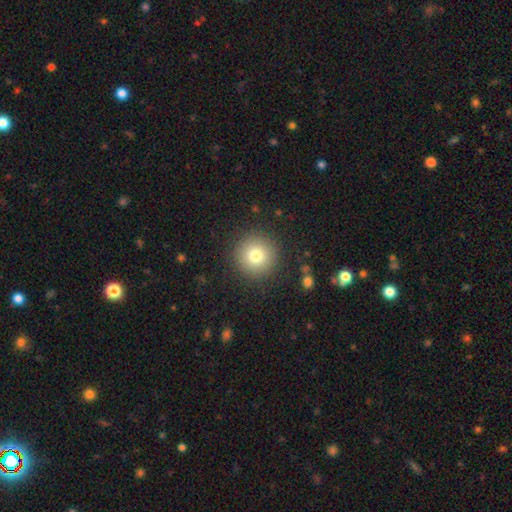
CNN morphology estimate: A smooth galaxy with no disk features (78%) that is round (96%).

Vote fractions:
- Smooth or featured? smooth: 78% / star or artifact: 12% / featured or disk: 10%
- How rounded? round: 96% / in between: 3% / cigar-shaped: 1%
- Merging? none: 90% / minor disturbance: 6% / major disturbance: 3% / merger: 1%